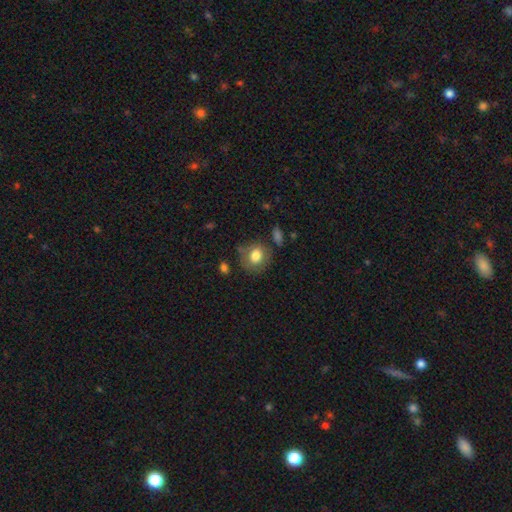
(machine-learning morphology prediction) smooth-or-featured: smooth: 77% | featured or disk: 15% | star or artifact: 8%
  how-rounded: round: 72% | in between: 27% | cigar-shaped: 1%
  merging: none: 71% | minor disturbance: 18% | major disturbance: 6% | merger: 5%